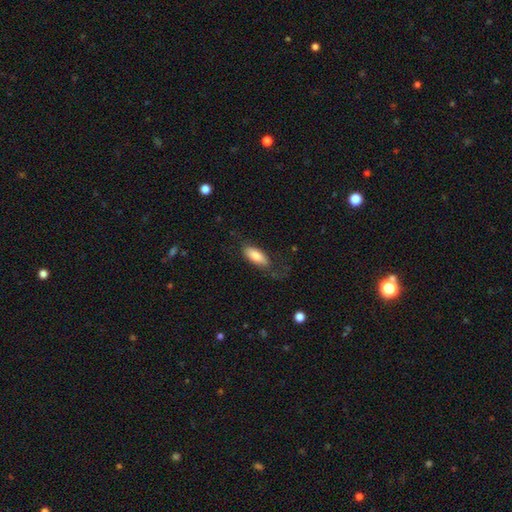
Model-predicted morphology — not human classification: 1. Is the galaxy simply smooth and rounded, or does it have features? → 79% smooth, 14% featured or disk, 6% star or artifact.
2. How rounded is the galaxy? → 81% in between, 17% cigar-shaped, 2% round.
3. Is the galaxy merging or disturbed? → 66% none, 21% minor disturbance, 11% major disturbance, 2% merger.